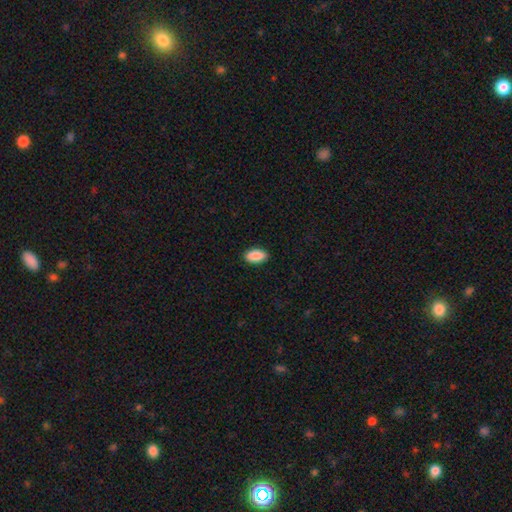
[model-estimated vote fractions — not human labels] A smooth galaxy with no disk features (90%) that is in between round and cigar-shaped (93%). Merging: none (90%).